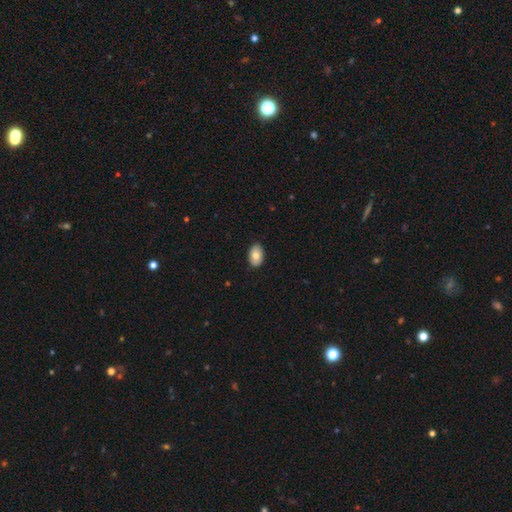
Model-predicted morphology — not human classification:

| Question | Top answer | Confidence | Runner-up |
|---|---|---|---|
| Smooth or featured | smooth | 80% | featured or disk (13%) |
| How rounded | in between | 90% | round (8%) |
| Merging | none | 87% | minor disturbance (10%) |